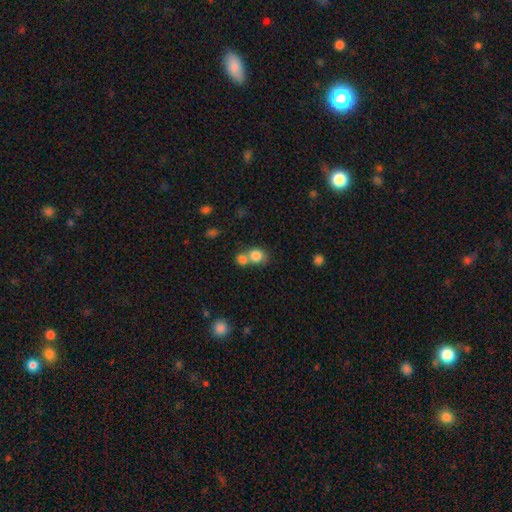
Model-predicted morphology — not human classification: Overall: smooth (81%). How rounded: round (70%). Merging: merger (53%; none 35%).